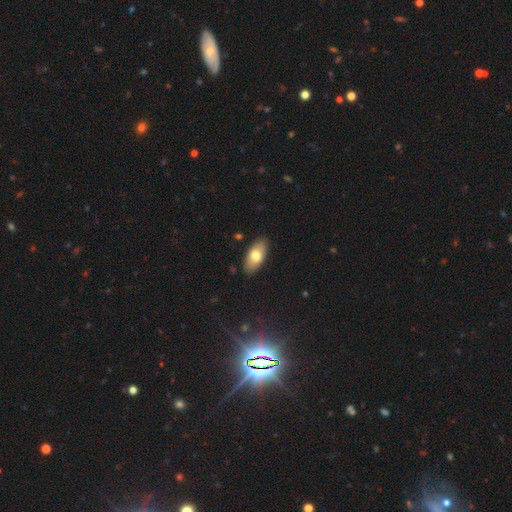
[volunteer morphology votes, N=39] Smooth or featured? 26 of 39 (67%) said smooth. How rounded? 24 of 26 (92%) said in between. Merging? 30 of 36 (83%) said none.